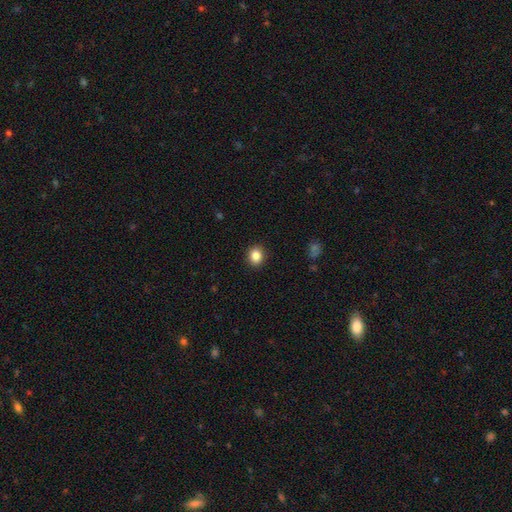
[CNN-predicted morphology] smooth_or_featured: smooth (p=0.86) [alt: star or artifact p=0.10]
how_rounded: round (p=0.63) [alt: in between p=0.36]
merging: none (p=0.90) [alt: minor disturbance p=0.07]